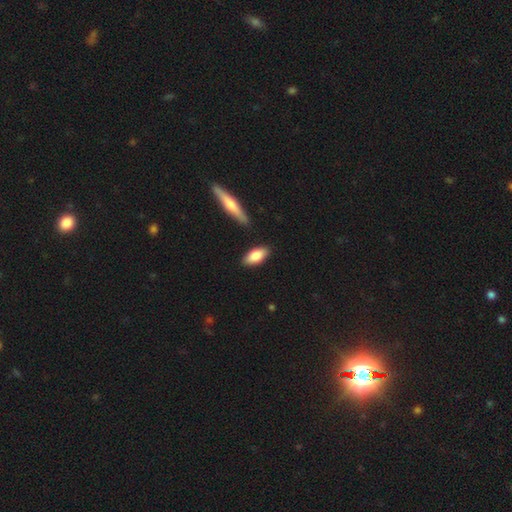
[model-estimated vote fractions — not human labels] This appears to be a smooth galaxy with no disk features (80%) that is in between round and cigar-shaped (82%). Merging: none (85%).